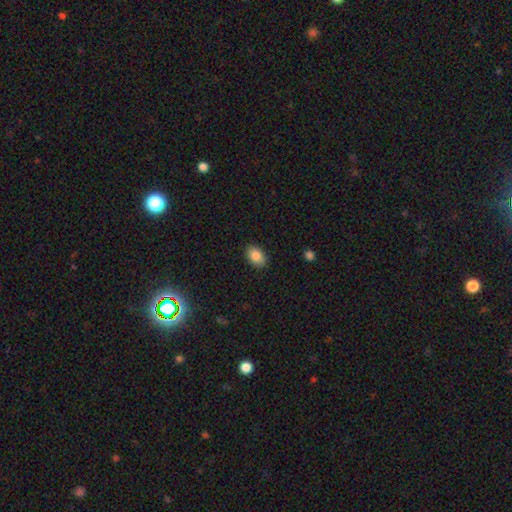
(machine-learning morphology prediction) Smooth or featured?
  - smooth: 87% *
  - star or artifact: 8%
  - featured or disk: 5%
How rounded?
  - in between: 86% *
  - round: 13%
  - cigar-shaped: 1%
Merging?
  - none: 88% *
  - minor disturbance: 9%
  - major disturbance: 2%
  - merger: 1%